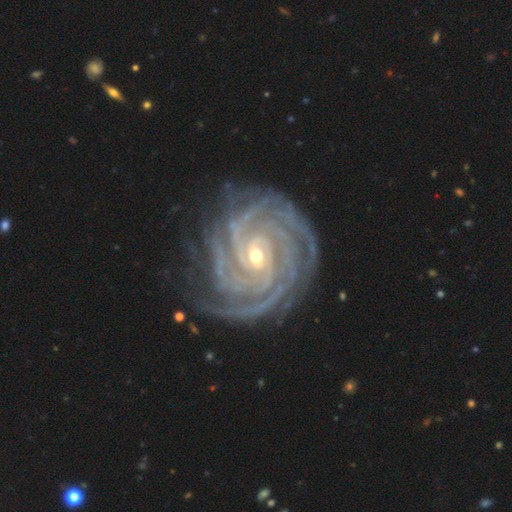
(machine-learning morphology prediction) A featured or disk galaxy (93%) with a weak bar (37%), 4 (29%) tight (85%) spiral arms (99%) and a small central bulge (64%).

Vote fractions:
- Smooth or featured? featured or disk: 93% / star or artifact: 4% / smooth: 2%
- Edge-on disk? no: 98% / yes: 2%
- Bar? weak: 37% / no: 35% / strong: 28%
- Spiral arms? yes: 99% / no: 1%
- Spiral winding? tight: 85% / medium: 13% / loose: 2%
- Spiral arm count? 4: 29% / more than 4: 24% / 3: 16% / can't tell: 12% / 2: 10% / 1: 9%
- Bulge size? small: 64% / moderate: 33% / large: 1% / none: 1% / dominant: 1%
- Merging? none: 80% / minor disturbance: 14% / major disturbance: 4% / merger: 1%